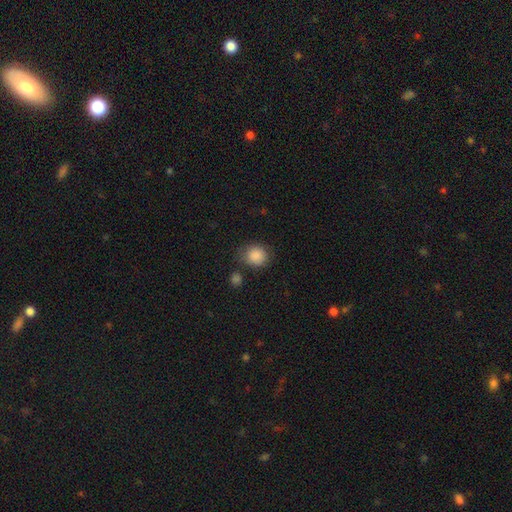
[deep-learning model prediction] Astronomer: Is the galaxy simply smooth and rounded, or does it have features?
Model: smooth — 88%.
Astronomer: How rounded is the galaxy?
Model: round — 75%.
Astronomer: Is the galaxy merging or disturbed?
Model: none — 72%.